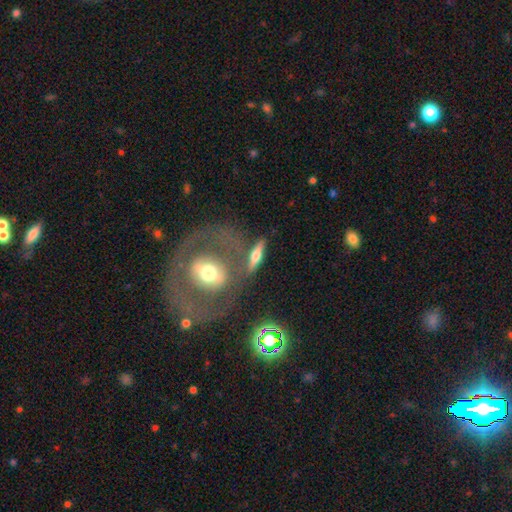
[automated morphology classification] Smooth or featured? Predicted: featured or disk (p=0.52). Edge-on disk? Predicted: yes (p=0.79). Merging? Predicted: none (p=0.61).